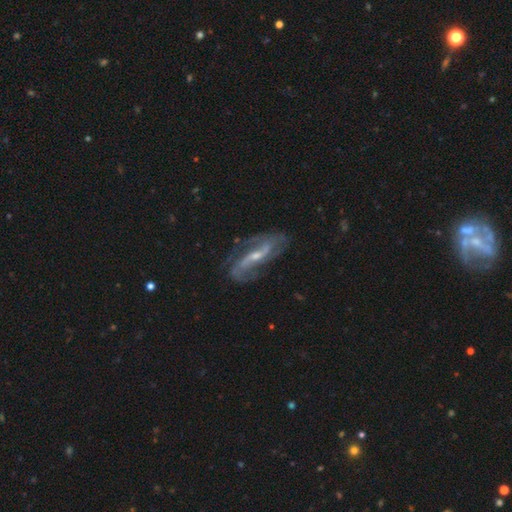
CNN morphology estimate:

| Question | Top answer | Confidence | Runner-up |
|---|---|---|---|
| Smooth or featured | featured or disk | 86% | smooth (8%) |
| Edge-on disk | no | 88% | yes (12%) |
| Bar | strong | 44% | weak (35%) |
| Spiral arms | yes | 94% | no (6%) |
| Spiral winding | loose | 44% | medium (38%) |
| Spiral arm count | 2 | 83% | can't tell (7%) |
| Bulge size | small | 61% | moderate (33%) |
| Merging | none | 70% | minor disturbance (18%) |